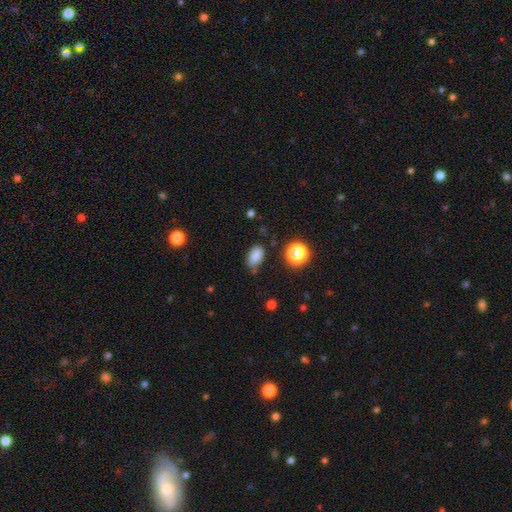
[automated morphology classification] smooth 84%, star or artifact 12%, featured or disk 5%. Down the decision tree: how rounded — in between (88%); merging — none (72%).